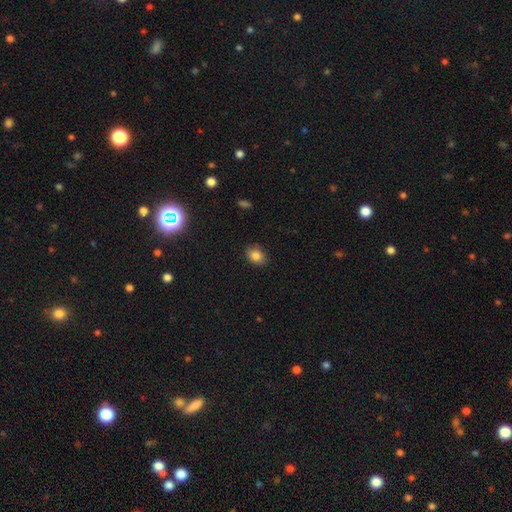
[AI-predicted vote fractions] Overall: smooth (83%). How rounded: in between (72%). Merging: none (86%).